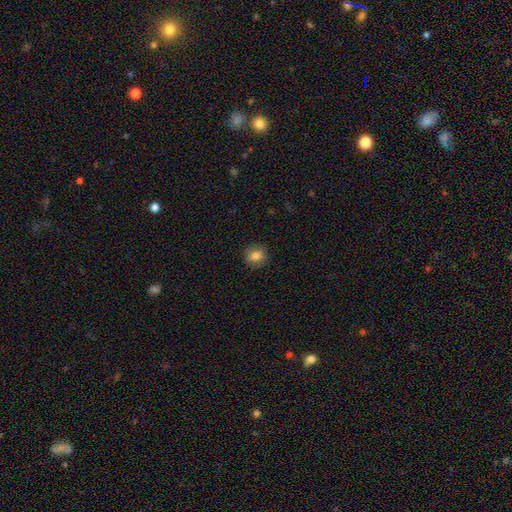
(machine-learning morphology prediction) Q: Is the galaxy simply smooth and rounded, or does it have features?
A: smooth — 81%.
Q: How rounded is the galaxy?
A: round — 84%.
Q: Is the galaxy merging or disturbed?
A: none — 88%.